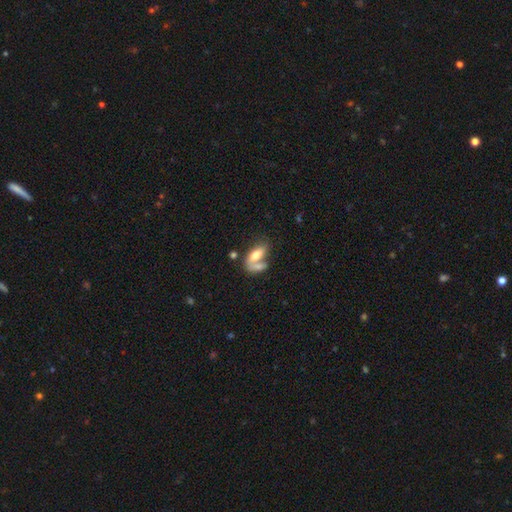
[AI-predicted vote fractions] Smooth or featured: smooth — 65% (featured or disk — 28%)
How rounded: in between — 84% (cigar-shaped — 11%)
Merging: merger — 53% (none — 27%)